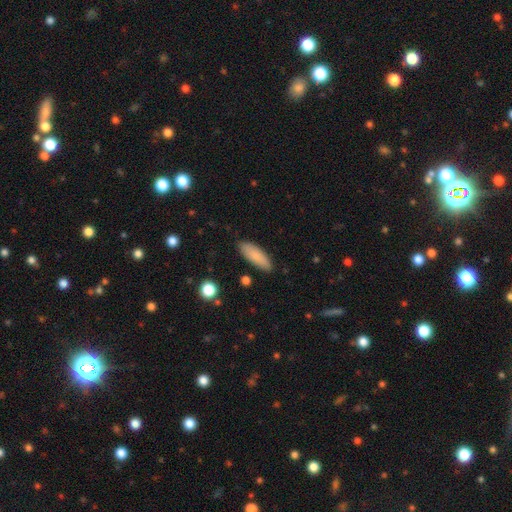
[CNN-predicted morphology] smooth 84%, featured or disk 9%, star or artifact 6%. Down the decision tree: how rounded — in between (59%); merging — none (86%).